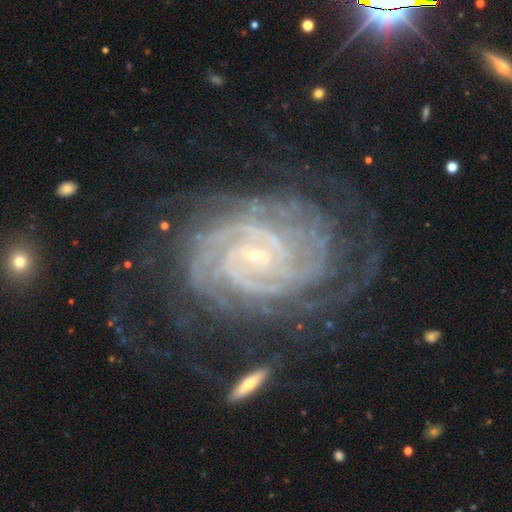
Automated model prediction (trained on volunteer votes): Overall: featured or disk (92%). Edge-on disk: no (97%). Bar: no (45%; weak 37%). Spiral arms: yes (99%). Spiral arm count: 2 (24%; 4 19%). Spiral winding: tight (83%). Bulge size: small (85%). Merging: none (66%).